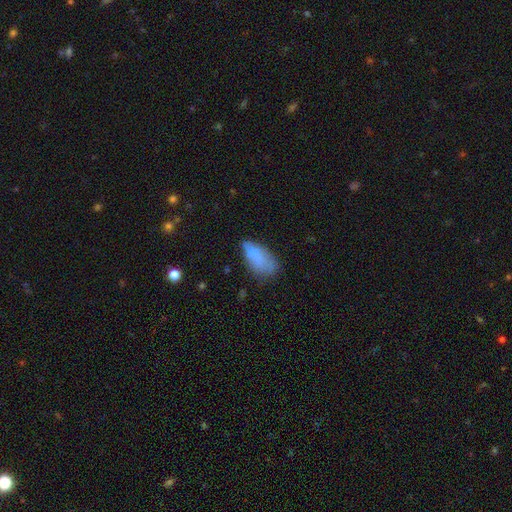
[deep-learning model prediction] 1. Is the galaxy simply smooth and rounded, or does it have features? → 71% smooth, 19% featured or disk, 10% star or artifact.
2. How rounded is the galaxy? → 89% in between, 7% cigar-shaped, 4% round.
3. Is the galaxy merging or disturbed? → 39% none, 32% minor disturbance, 19% major disturbance, 10% merger.